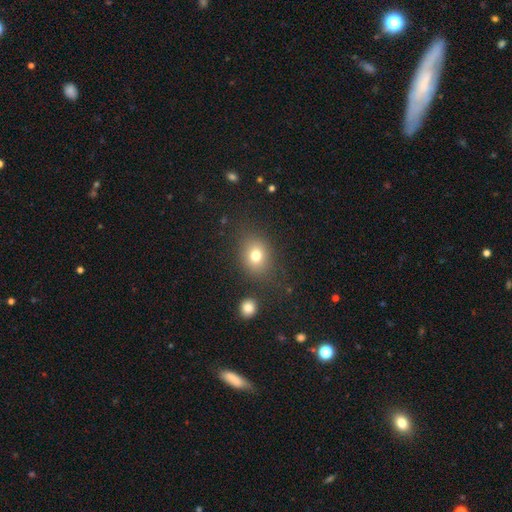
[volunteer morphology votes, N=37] smooth_or_featured: smooth (p=0.84) [alt: featured or disk p=0.11]
how_rounded: round (p=0.58) [alt: in between p=0.42]
merging: none (p=0.80) [alt: minor disturbance p=0.17]